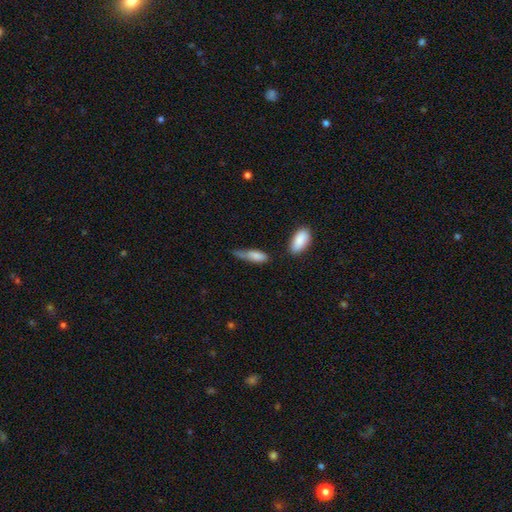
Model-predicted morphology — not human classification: This is likely a smooth galaxy (79%). How rounded: possibly in between (59%). Merging: marginally minor disturbance (37%).